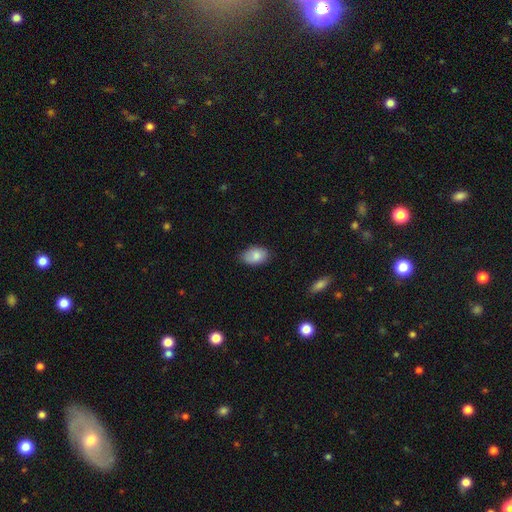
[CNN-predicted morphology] This appears to be a smooth galaxy with no disk features (83%) that is in between round and cigar-shaped (89%). Merging: none (79%).